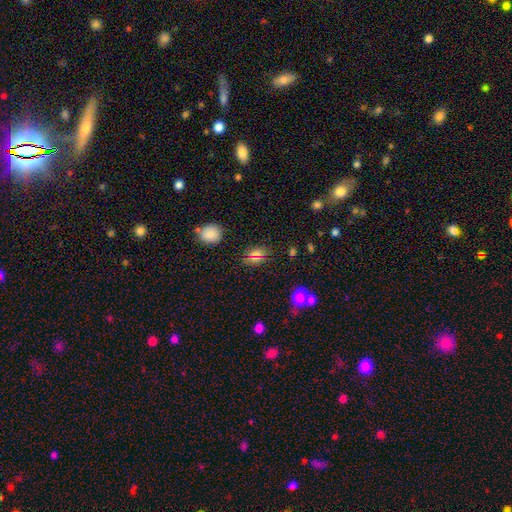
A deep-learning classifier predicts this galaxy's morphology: smooth 67%, star or artifact 24%, featured or disk 9%. Down the decision tree: how rounded — in between (72%); merging — none (81%).